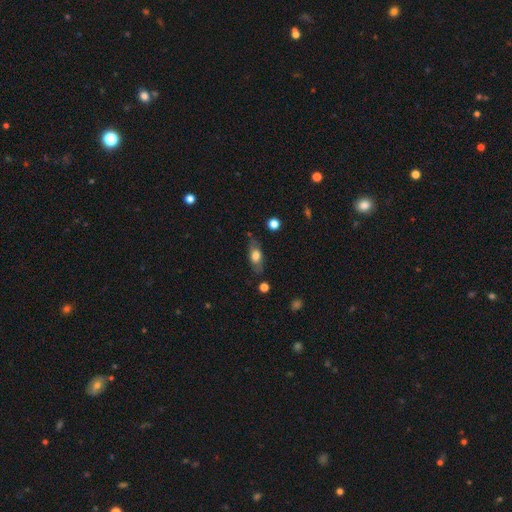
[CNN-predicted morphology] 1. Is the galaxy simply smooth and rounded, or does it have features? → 63% smooth, 30% featured or disk, 7% star or artifact.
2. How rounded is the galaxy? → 75% in between, 18% cigar-shaped, 6% round.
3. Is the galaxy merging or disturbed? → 77% none, 16% minor disturbance, 4% major disturbance, 2% merger.